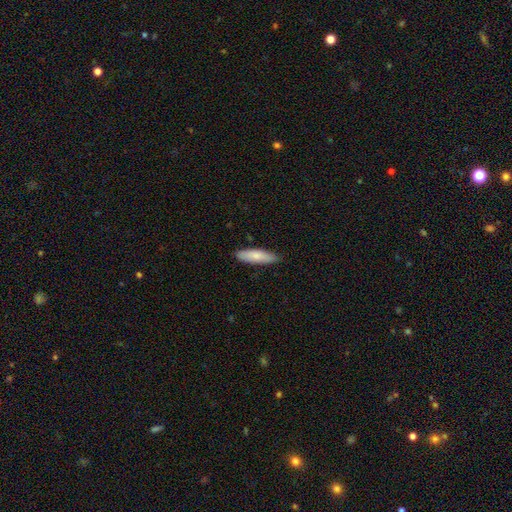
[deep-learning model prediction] Overall: smooth (79%). How rounded: cigar-shaped (61%; in between 37%). Merging: none (85%).